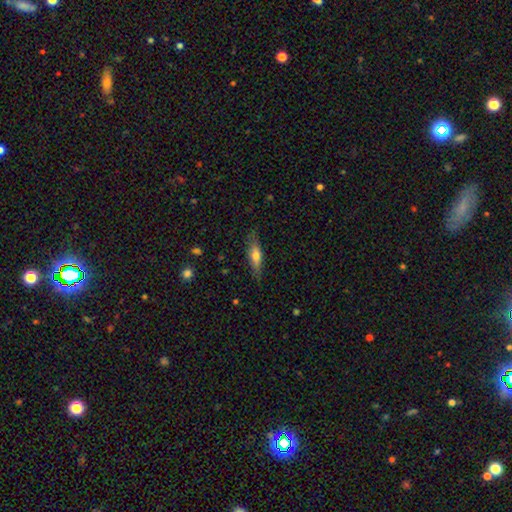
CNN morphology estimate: smooth_or_featured: smooth (p=0.58) [alt: featured or disk p=0.36]
how_rounded: cigar-shaped (p=0.57) [alt: in between p=0.40]
merging: none (p=0.79) [alt: minor disturbance p=0.16]